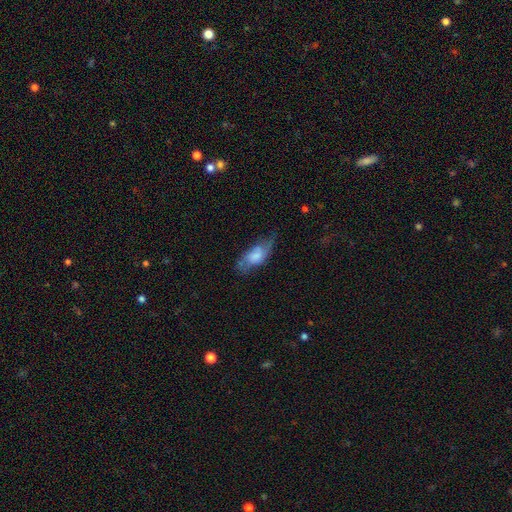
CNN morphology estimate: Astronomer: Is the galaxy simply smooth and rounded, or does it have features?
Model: smooth — 52% (runner-up: featured or disk, 40%).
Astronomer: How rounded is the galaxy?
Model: in between — 81%.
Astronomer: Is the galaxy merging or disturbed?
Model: none — 45% (runner-up: minor disturbance, 31%).